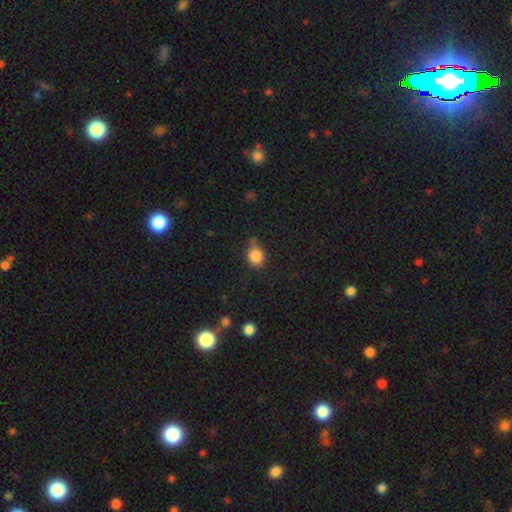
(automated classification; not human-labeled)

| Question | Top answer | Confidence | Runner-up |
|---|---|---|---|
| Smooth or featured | smooth | 84% | star or artifact (10%) |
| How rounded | round | 61% | in between (38%) |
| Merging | none | 61% | minor disturbance (29%) |